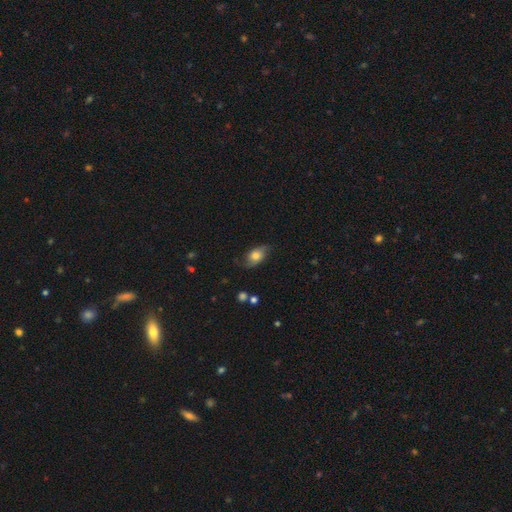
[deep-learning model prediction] A smooth galaxy with no disk features (63%) that is in between round and cigar-shaped (86%). Merging: none (67%).